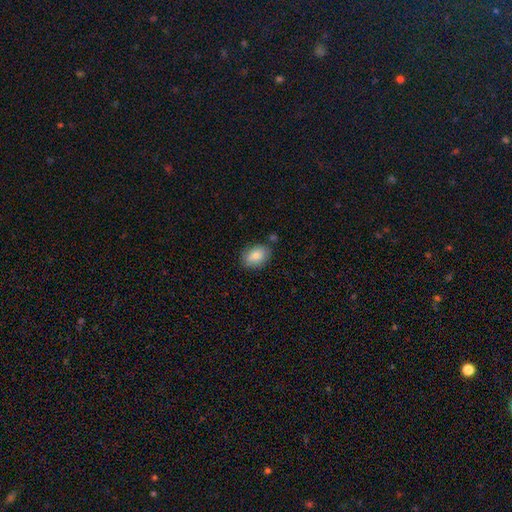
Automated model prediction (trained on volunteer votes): Smooth or featured: smooth — 81% (featured or disk — 11%)
How rounded: in between — 80% (round — 19%)
Merging: none — 77% (minor disturbance — 16%)